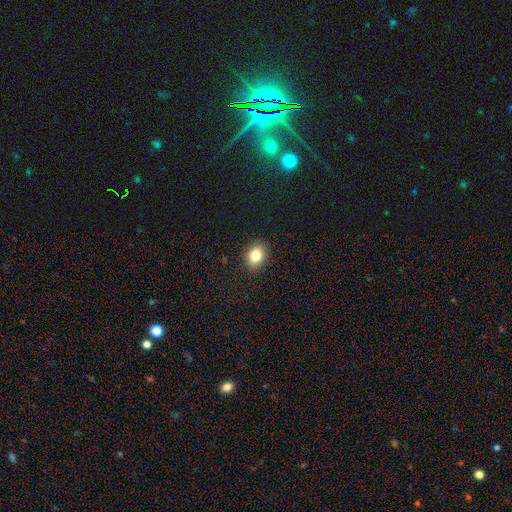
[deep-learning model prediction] Smooth or featured: smooth — 81% (star or artifact — 10%)
How rounded: in between — 60% (round — 39%)
Merging: none — 87% (minor disturbance — 10%)